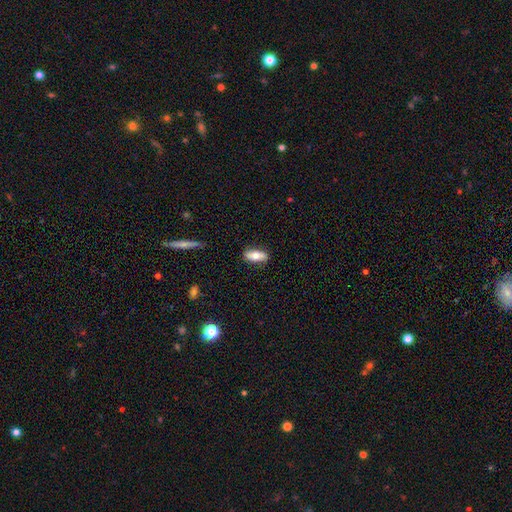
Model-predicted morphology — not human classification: Smooth or featured? smooth (63%)
How rounded? in between (72%)
Merging? none (84%)